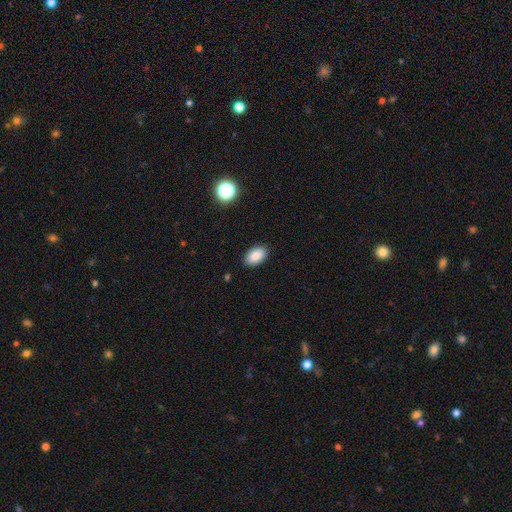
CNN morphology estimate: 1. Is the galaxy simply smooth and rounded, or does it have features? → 87% smooth, 8% star or artifact, 5% featured or disk.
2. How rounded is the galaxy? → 92% in between, 7% round, 1% cigar-shaped.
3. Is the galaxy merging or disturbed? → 88% none, 9% minor disturbance, 2% major disturbance, 1% merger.